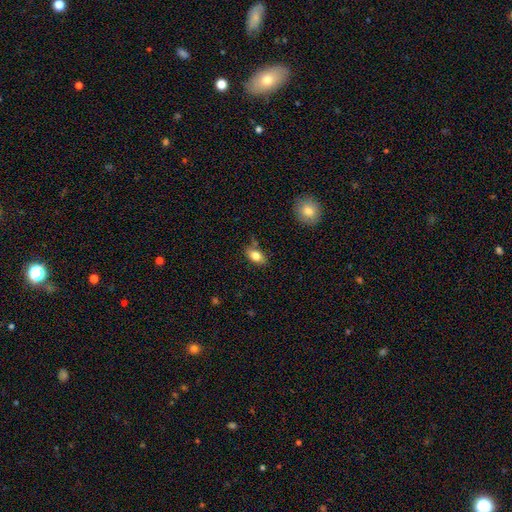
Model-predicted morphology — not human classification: Smooth or featured? Predicted: smooth (p=0.81). How rounded? Predicted: in between (p=0.87). Merging? Predicted: none (p=0.72).